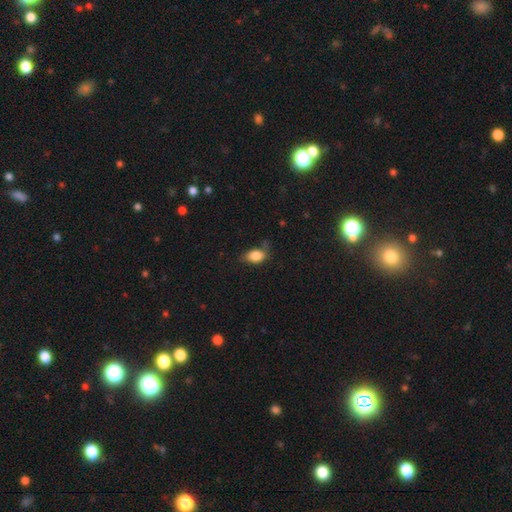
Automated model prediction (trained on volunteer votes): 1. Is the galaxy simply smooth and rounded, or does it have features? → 85% smooth, 9% star or artifact, 7% featured or disk.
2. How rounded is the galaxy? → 82% in between, 16% round, 2% cigar-shaped.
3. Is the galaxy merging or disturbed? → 57% none, 30% minor disturbance, 9% major disturbance, 4% merger.